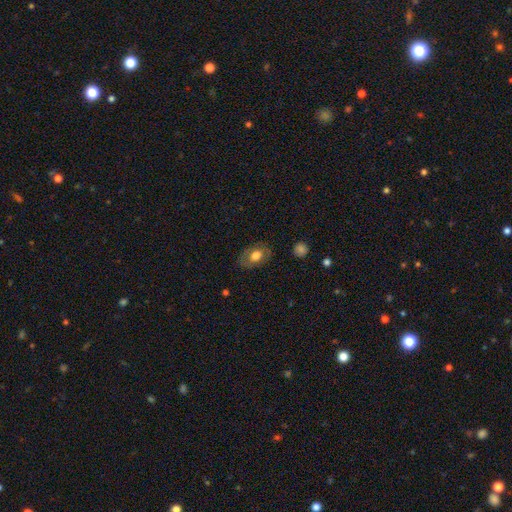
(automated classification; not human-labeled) smooth 64%, featured or disk 28%, star or artifact 8%. Down the decision tree: how rounded — in between (79%); merging — none (79%).